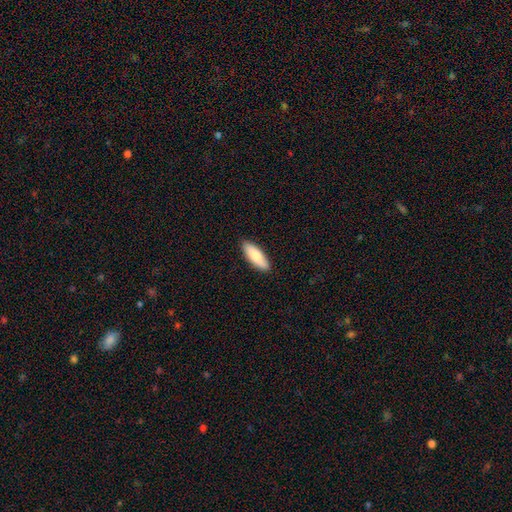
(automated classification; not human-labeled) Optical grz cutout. It shows a smooth galaxy with no disk features (78%) that is in between round and cigar-shaped (61%). Merging: none (89%).